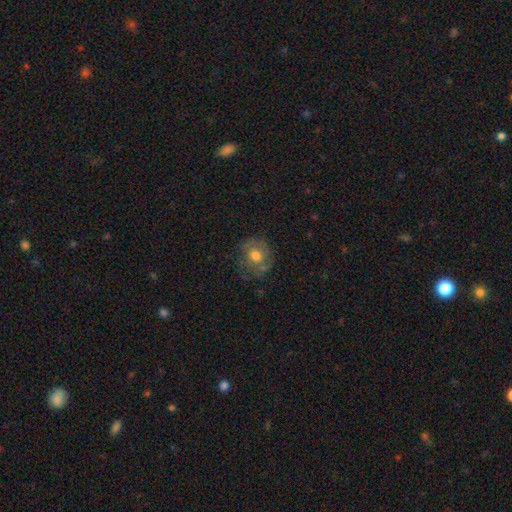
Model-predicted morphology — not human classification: A smooth galaxy with no disk features (56%) that is round (79%).

Vote fractions:
- Smooth or featured? smooth: 56% / featured or disk: 34% / star or artifact: 9%
- How rounded? round: 79% / in between: 20% / cigar-shaped: 1%
- Merging? none: 61% / minor disturbance: 24% / major disturbance: 13% / merger: 2%